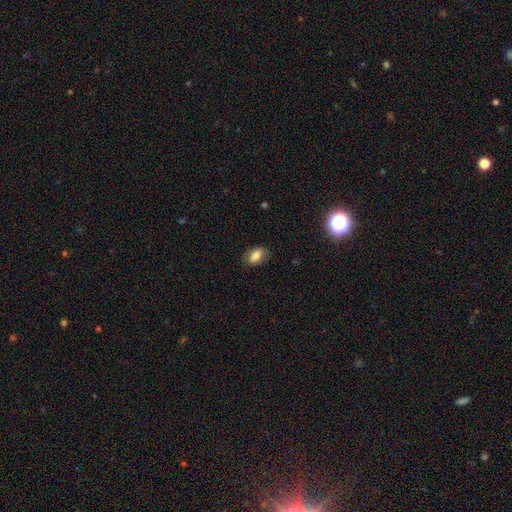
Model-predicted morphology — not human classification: smooth-or-featured: smooth: 77% | featured or disk: 14% | star or artifact: 9%
  how-rounded: in between: 88% | round: 9% | cigar-shaped: 3%
  merging: none: 81% | minor disturbance: 14% | major disturbance: 4% | merger: 1%